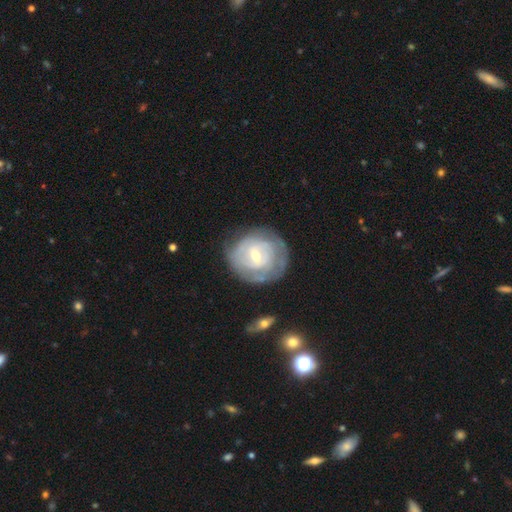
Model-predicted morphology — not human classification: The model was most divided on "bulge size": moderate: 52%, small: 44%, large: 3%, none: 1%, dominant: 1%. Remaining: edge-on disk — no (97%); spiral arms — yes (79%); smooth or featured — featured or disk (73%); spiral winding — tight (72%); merging — none (69%); spiral arm count — can't tell (51%); bar — weak (48%).